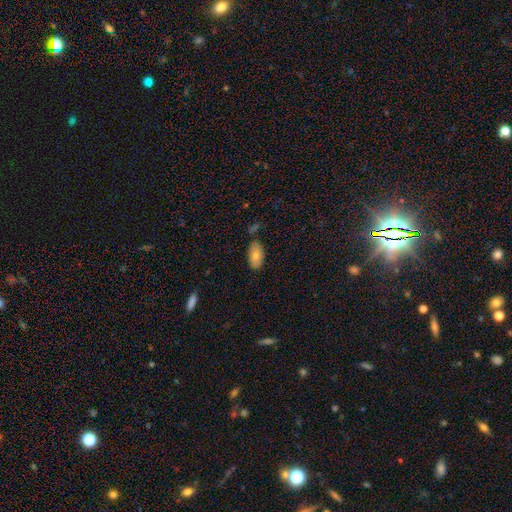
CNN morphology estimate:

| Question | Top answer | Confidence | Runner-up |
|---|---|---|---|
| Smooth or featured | smooth | 79% | featured or disk (14%) |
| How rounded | in between | 94% | round (3%) |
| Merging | none | 74% | minor disturbance (17%) |